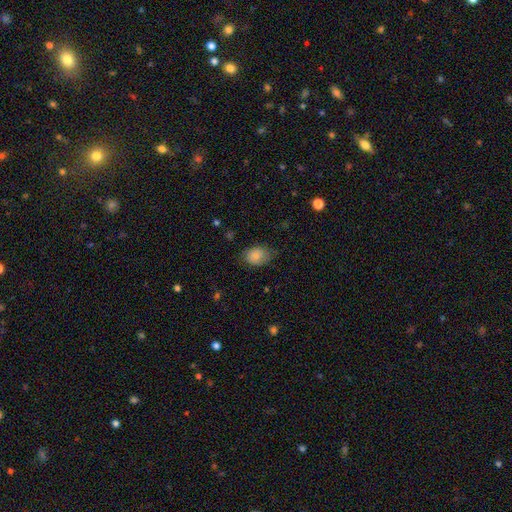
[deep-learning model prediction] Smooth or featured: smooth — 82% (featured or disk — 10%)
How rounded: in between — 73% (round — 26%)
Merging: none — 64% (minor disturbance — 27%)